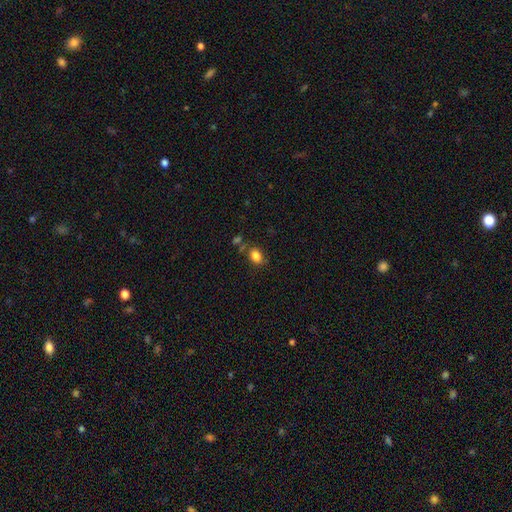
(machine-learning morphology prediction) A smooth galaxy with no disk features (83%) that is in between round and cigar-shaped (75%).

Vote fractions:
- Smooth or featured? smooth: 83% / star or artifact: 11% / featured or disk: 6%
- How rounded? in between: 75% / round: 24% / cigar-shaped: 1%
- Merging? none: 71% / minor disturbance: 15% / merger: 9% / major disturbance: 5%